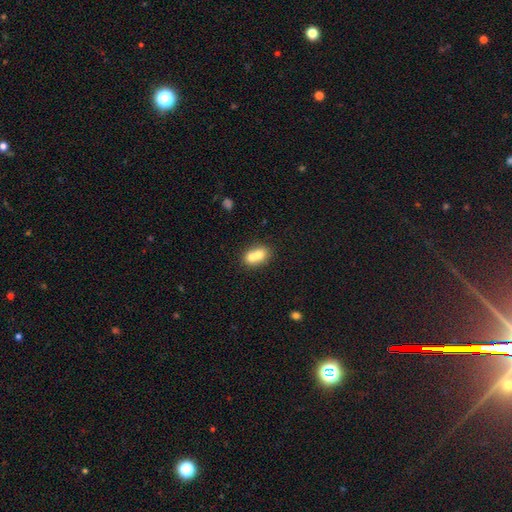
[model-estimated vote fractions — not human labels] Q: Smooth or featured?
A: smooth (68%); runner-up: featured or disk (22%)
Q: How rounded?
A: round (53%); runner-up: in between (46%)
Q: Merging?
A: merger (70%); runner-up: none (22%)